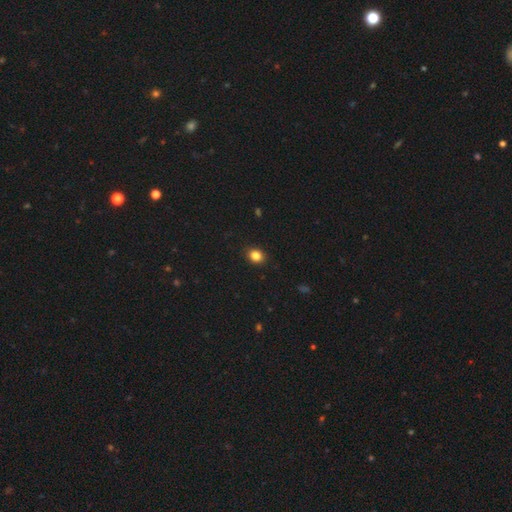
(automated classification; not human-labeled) This appears to be a smooth galaxy with no disk features (84%) that is round (54%). Merging: none (90%).